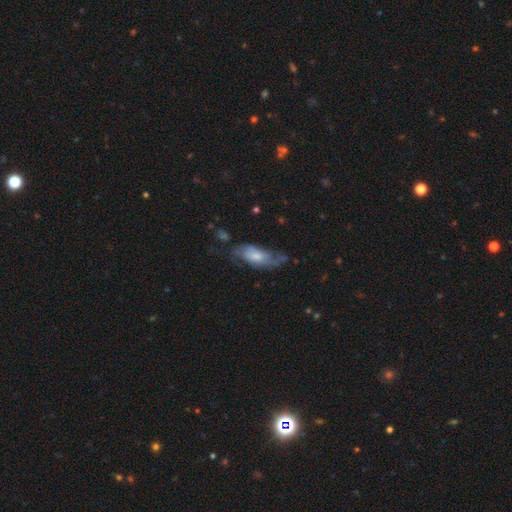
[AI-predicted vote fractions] A featured or disk galaxy (54%).

Vote fractions:
- Smooth or featured? featured or disk: 54% / smooth: 39% / star or artifact: 7%
- Edge-on disk? no: 87% / yes: 13%
- Merging? none: 44% / minor disturbance: 28% / major disturbance: 25% / merger: 3%